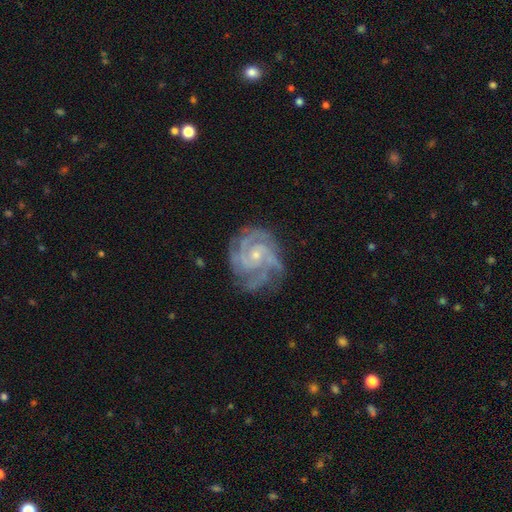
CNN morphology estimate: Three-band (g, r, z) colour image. It shows a featured or disk galaxy (91%) with no bar (68%), 3 (38%) tight (67%) spiral arms (98%) and a small central bulge (73%). Merging: none (71%).